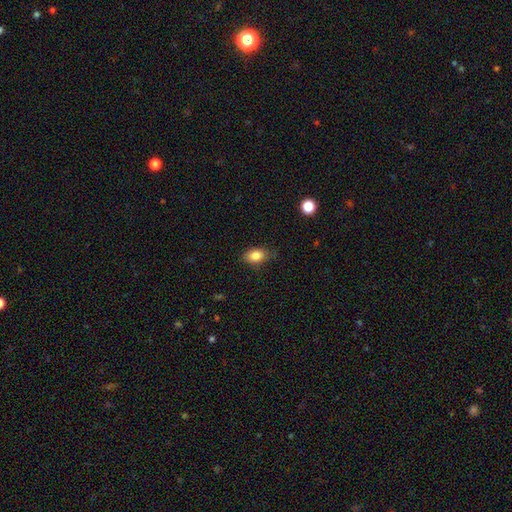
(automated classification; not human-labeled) Q: Smooth or featured?
A: smooth (84%); runner-up: star or artifact (9%)
Q: How rounded?
A: in between (83%); runner-up: round (15%)
Q: Merging?
A: none (80%); runner-up: minor disturbance (16%)